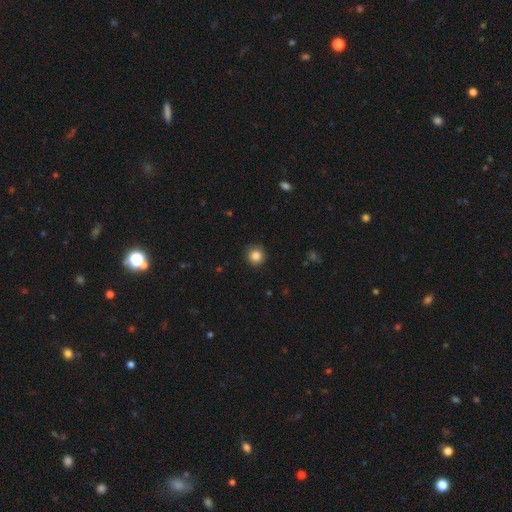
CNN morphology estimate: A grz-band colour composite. It shows a smooth galaxy with no disk features (86%) that is round (93%). Merging: none (88%).